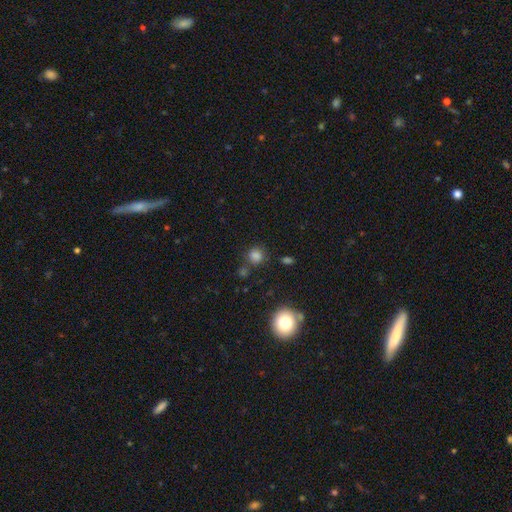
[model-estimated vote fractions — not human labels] Smooth or featured?
  - smooth: 79% *
  - star or artifact: 16%
  - featured or disk: 5%
How rounded?
  - round: 83% *
  - in between: 16%
  - cigar-shaped: 1%
Merging?
  - none: 74% *
  - minor disturbance: 12%
  - merger: 10%
  - major disturbance: 4%